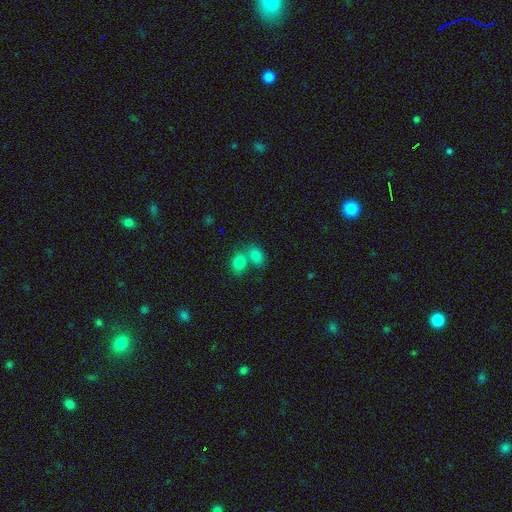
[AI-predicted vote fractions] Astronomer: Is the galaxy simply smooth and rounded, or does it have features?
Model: smooth — 80%.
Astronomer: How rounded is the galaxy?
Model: in between — 66%.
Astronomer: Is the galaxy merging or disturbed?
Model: merger — 54% (runner-up: none, 33%).